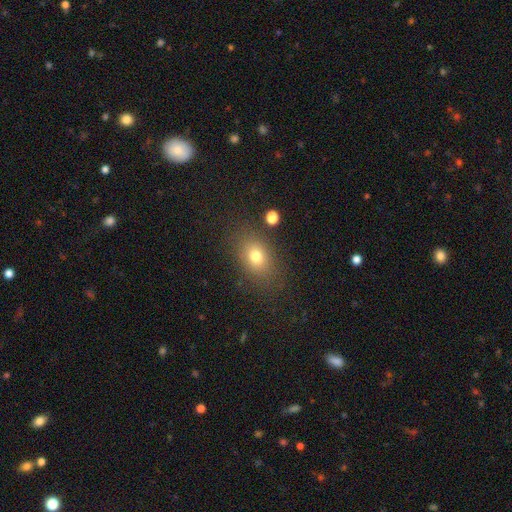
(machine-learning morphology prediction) This is likely a smooth galaxy (75%). How rounded: likely in between (72%). Merging: clearly none (81%).